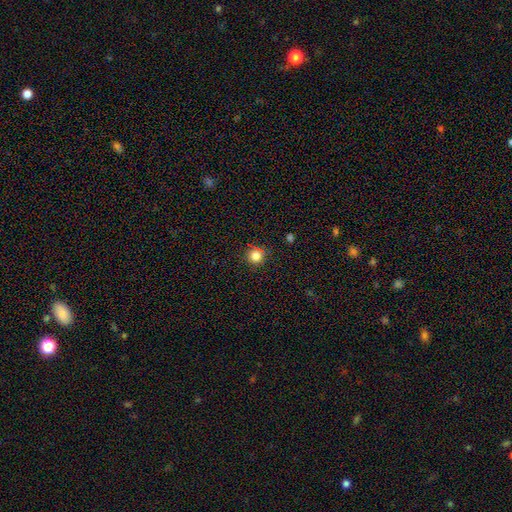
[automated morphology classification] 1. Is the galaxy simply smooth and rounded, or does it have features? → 82% smooth, 13% star or artifact, 5% featured or disk.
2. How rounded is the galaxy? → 94% round, 5% in between, 1% cigar-shaped.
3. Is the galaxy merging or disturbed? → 88% none, 8% minor disturbance, 2% major disturbance, 1% merger.